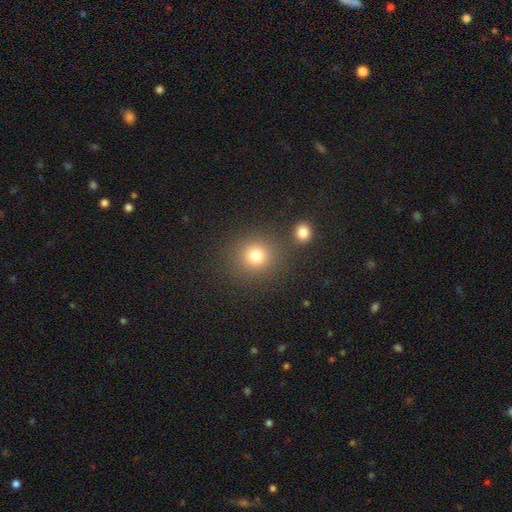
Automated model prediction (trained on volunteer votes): smooth-or-featured: smooth: 78% | star or artifact: 15% | featured or disk: 7%
  how-rounded: round: 89% | in between: 10% | cigar-shaped: 1%
  merging: none: 80% | merger: 8% | minor disturbance: 8% | major disturbance: 4%